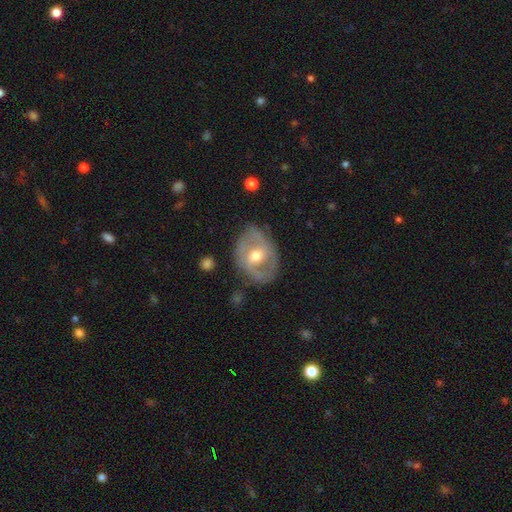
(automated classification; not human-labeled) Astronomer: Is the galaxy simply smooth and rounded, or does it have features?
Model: featured or disk — 71%.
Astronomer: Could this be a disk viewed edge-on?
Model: no — 94%.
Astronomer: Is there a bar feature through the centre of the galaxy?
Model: weak — 41% (runner-up: no, 36%).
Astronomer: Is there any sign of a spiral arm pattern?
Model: yes — 61% (runner-up: no, 39%).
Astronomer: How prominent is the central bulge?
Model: moderate — 74%.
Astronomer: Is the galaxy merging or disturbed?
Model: none — 75%.